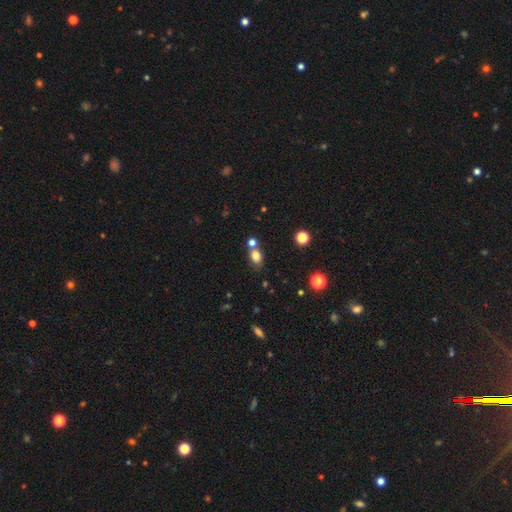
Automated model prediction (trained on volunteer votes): smooth 78%, star or artifact 13%, featured or disk 9%. Down the decision tree: how rounded — in between (64%); merging — none (57%).